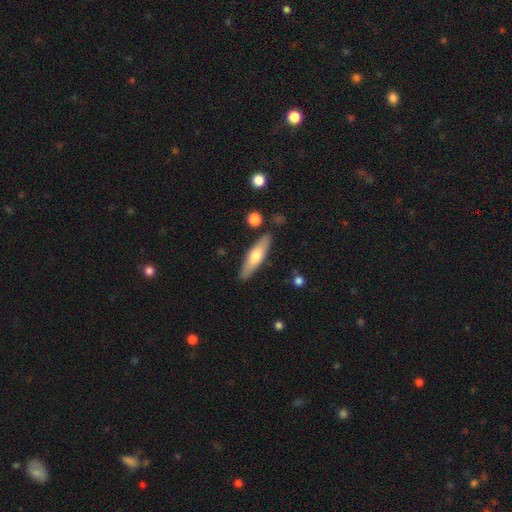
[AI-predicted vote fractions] Q: Smooth or featured?
A: smooth (55%); runner-up: featured or disk (39%)
Q: How rounded?
A: cigar-shaped (72%); runner-up: in between (26%)
Q: Merging?
A: none (86%); runner-up: minor disturbance (9%)